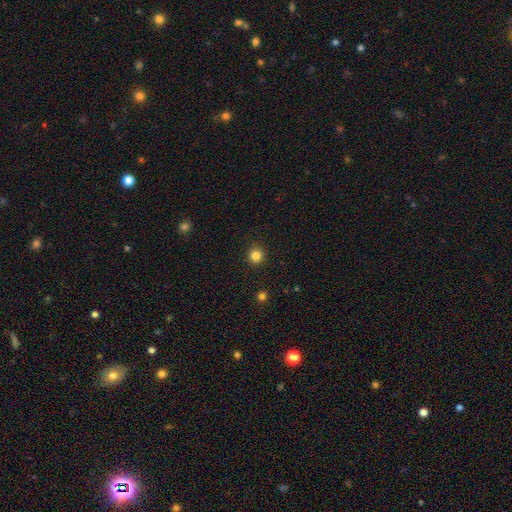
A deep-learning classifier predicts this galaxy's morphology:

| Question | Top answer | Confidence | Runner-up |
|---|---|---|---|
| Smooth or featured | smooth | 83% | star or artifact (13%) |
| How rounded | round | 94% | in between (5%) |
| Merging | none | 92% | minor disturbance (5%) |